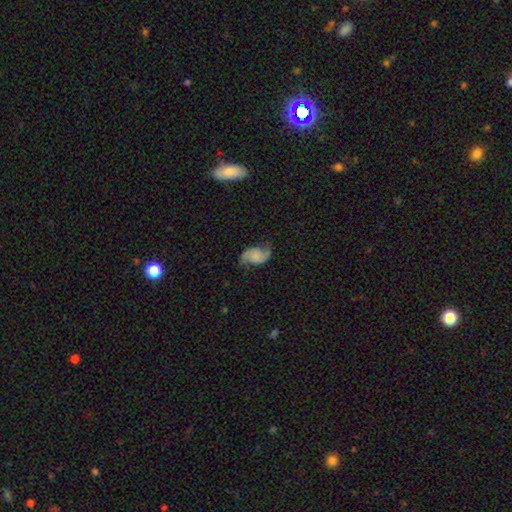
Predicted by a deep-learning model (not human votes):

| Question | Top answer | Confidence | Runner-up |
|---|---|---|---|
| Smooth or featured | featured or disk | 68% | smooth (24%) |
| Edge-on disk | no | 97% | yes (3%) |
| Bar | no | 68% | weak (26%) |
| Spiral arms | yes | 94% | no (6%) |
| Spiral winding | loose | 56% | medium (33%) |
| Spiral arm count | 2 | 92% | can't tell (3%) |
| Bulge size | none | 58% | small (19%) |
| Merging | none | 71% | minor disturbance (19%) |